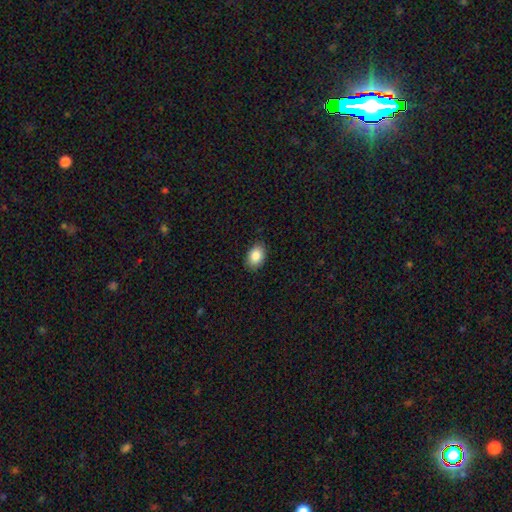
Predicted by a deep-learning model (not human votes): A smooth galaxy with no disk features (86%) that is in between round and cigar-shaped (82%).

Vote fractions:
- Smooth or featured? smooth: 86% / star or artifact: 8% / featured or disk: 7%
- How rounded? in between: 82% / round: 17% / cigar-shaped: 1%
- Merging? none: 87% / minor disturbance: 10% / major disturbance: 2% / merger: 1%